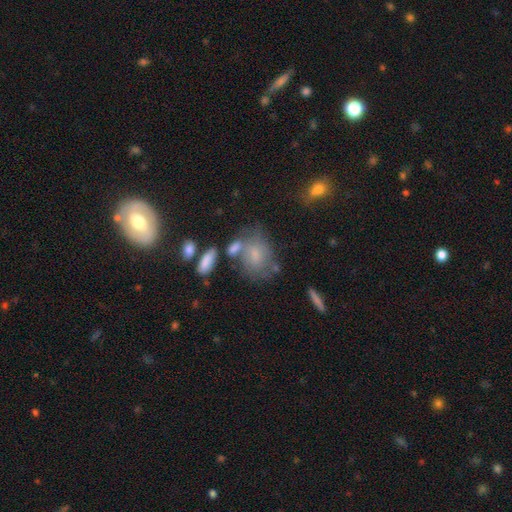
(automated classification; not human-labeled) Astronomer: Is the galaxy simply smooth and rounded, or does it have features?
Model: smooth — 63%.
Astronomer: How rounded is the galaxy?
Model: in between — 66%.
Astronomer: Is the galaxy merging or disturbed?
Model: none — 43% (runner-up: minor disturbance, 22%).